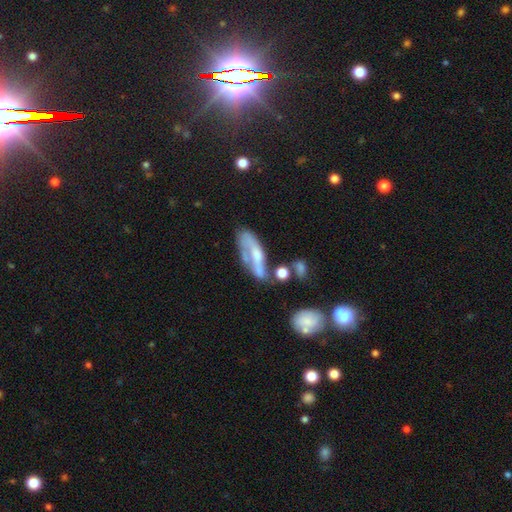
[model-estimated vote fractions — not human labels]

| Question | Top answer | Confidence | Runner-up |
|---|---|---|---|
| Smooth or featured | featured or disk | 52% | smooth (38%) |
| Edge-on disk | no | 77% | yes (23%) |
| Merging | none | 31% | major disturbance (26%) |